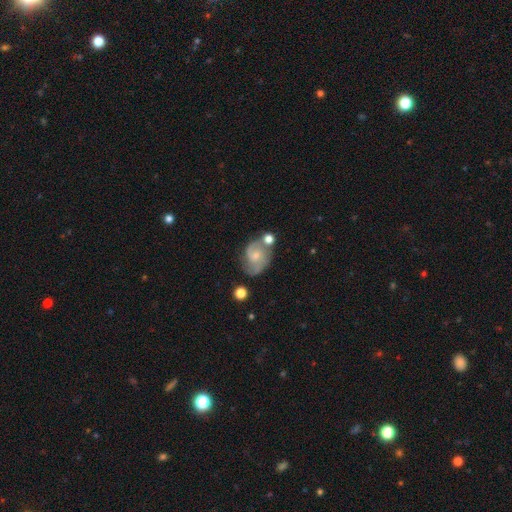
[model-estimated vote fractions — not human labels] This is likely a featured or disk galaxy (72%). It is clearly not viewed edge-on (98%). Bar: possibly no (59%). Spiral arm pattern: clearly yes (92%). Spiral arm count: clearly 2 (80%). Spiral winding: possibly medium (50%). Central bulge: likely small (62%). Merging: possibly none (51%).